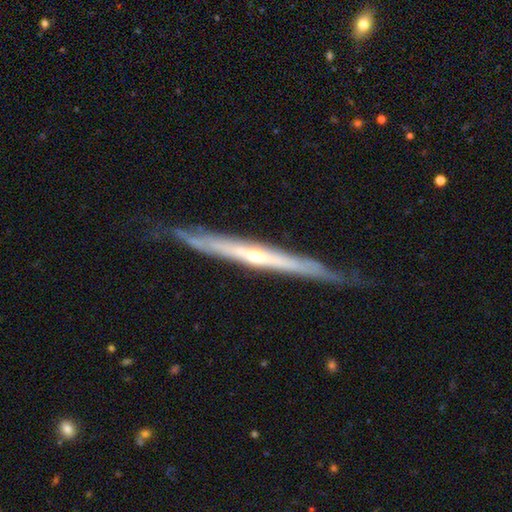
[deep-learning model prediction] Q: Smooth or featured?
A: featured or disk (80%); runner-up: smooth (15%)
Q: Edge-on disk?
A: yes (90%); runner-up: no (10%)
Q: Edge-on bulge?
A: rounded (62%); runner-up: none (35%)
Q: Merging?
A: none (77%); runner-up: minor disturbance (18%)